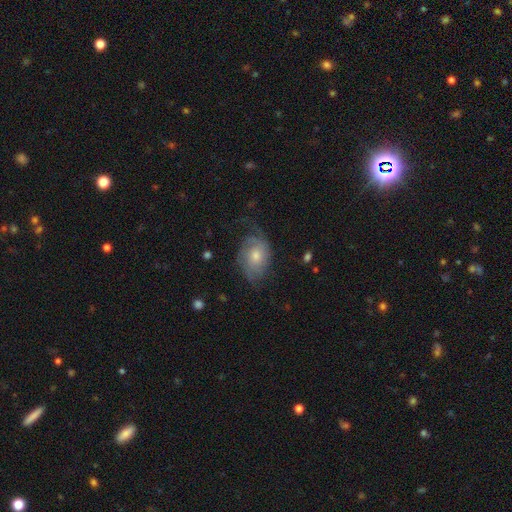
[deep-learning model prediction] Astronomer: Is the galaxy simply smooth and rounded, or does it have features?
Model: featured or disk — 59%.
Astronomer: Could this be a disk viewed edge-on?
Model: no — 95%.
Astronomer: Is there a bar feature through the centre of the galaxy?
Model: no — 79%.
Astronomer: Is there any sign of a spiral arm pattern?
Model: yes — 85%.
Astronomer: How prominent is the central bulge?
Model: moderate — 60%.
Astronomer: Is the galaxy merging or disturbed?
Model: none — 58%.